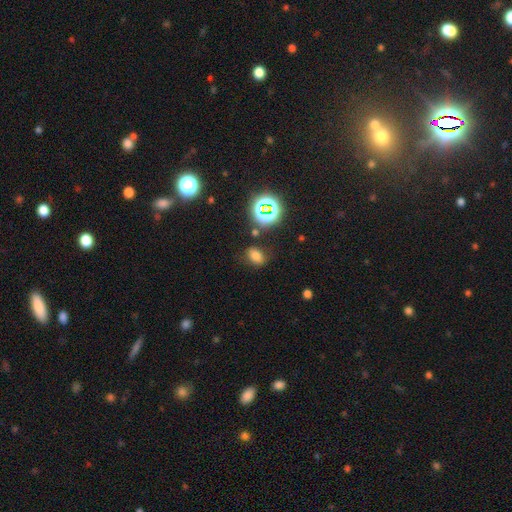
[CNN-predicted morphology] This appears to be a smooth galaxy with no disk features (69%) that is in between round and cigar-shaped (75%). Merging: none (73%).